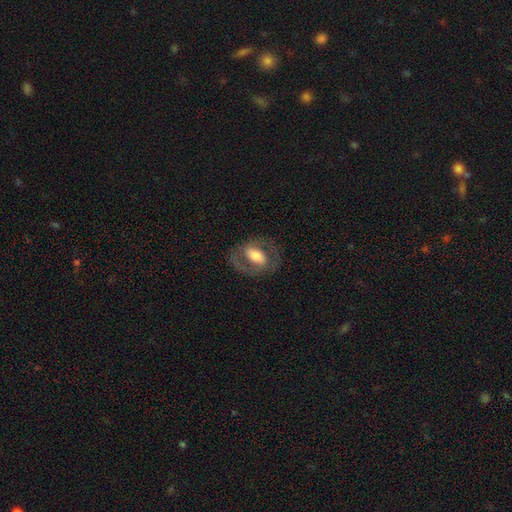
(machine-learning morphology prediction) A featured or disk galaxy (52%). Merging: none (73%).